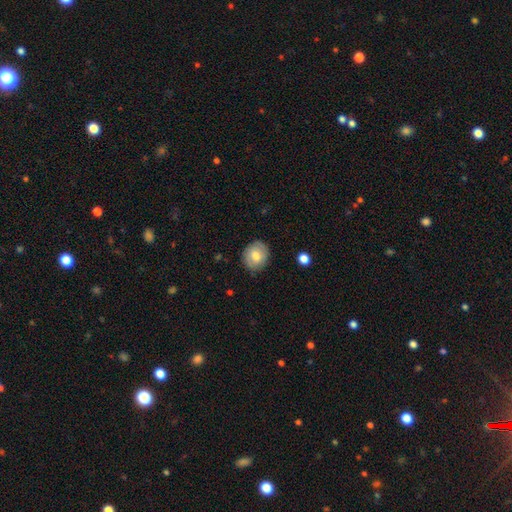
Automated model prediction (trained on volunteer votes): Smooth or featured: smooth — 72% (featured or disk — 20%)
How rounded: round — 68% (in between — 31%)
Merging: none — 85% (minor disturbance — 11%)